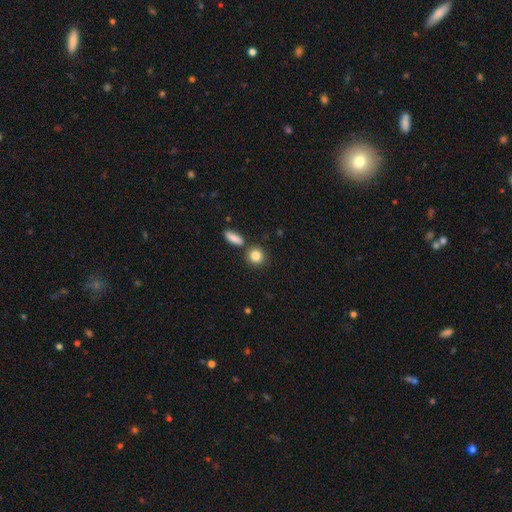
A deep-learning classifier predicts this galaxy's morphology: smooth-or-featured: smooth: 86% | star or artifact: 8% | featured or disk: 6%
  how-rounded: round: 81% | in between: 16% | cigar-shaped: 2%
  merging: none: 74% | merger: 14% | minor disturbance: 9% | major disturbance: 3%